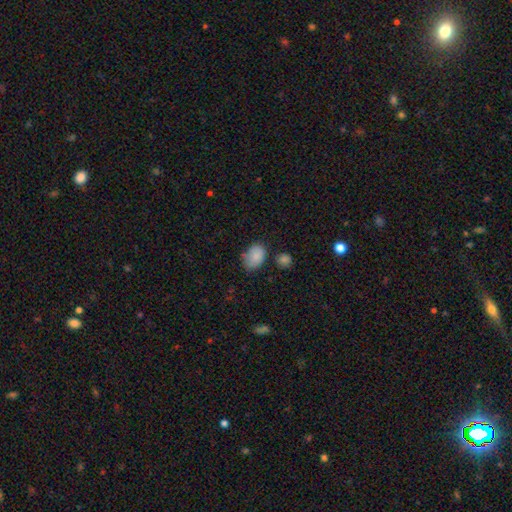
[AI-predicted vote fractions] smooth_or_featured: smooth (p=0.84) [alt: star or artifact p=0.08]
how_rounded: in between (p=0.79) [alt: round p=0.20]
merging: none (p=0.60) [alt: minor disturbance p=0.27]